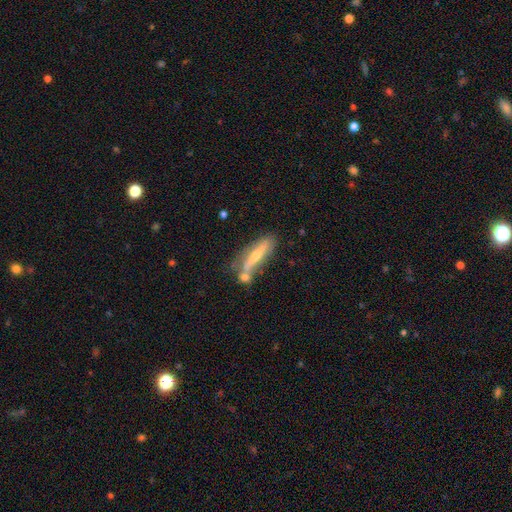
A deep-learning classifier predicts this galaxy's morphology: This is likely a featured or disk galaxy (65%). It is likely viewed edge-on (74%). Merging: possibly none (58%).